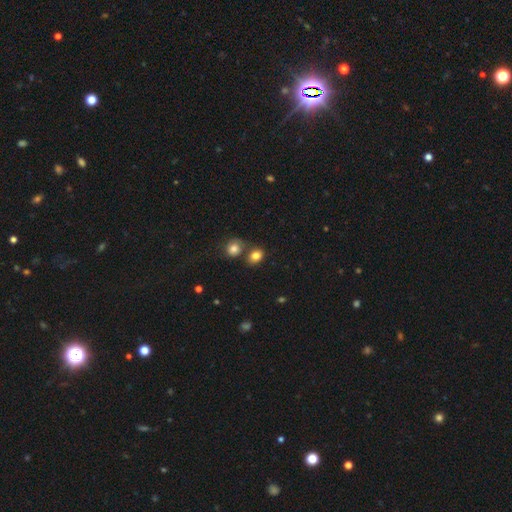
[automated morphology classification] Smooth or featured? Predicted: smooth (p=0.82). How rounded? Predicted: in between (p=0.59). Merging? Predicted: none (p=0.57).